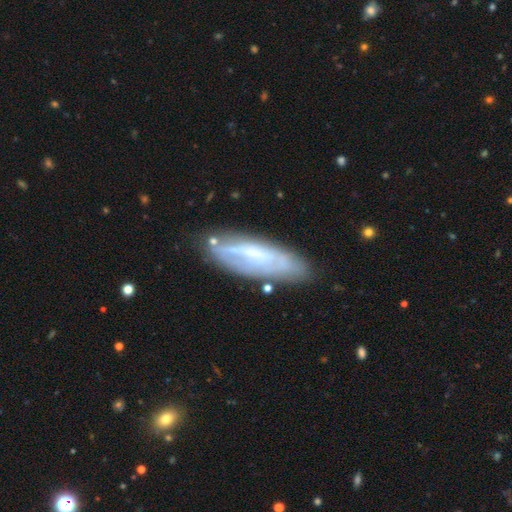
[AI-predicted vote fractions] Smooth or featured: featured or disk — 53% (smooth — 39%)
Edge-on disk: no — 66% (yes — 34%)
Merging: none — 66% (minor disturbance — 21%)